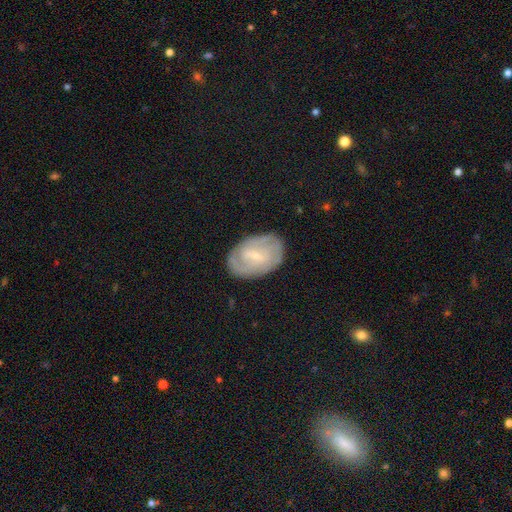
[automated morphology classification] Overall: featured or disk (65%; smooth 28%). Edge-on disk: no (95%). Bar: weak (53%; no 24%). Spiral arms: yes (74%). Bulge size: small (76%). Merging: none (79%).